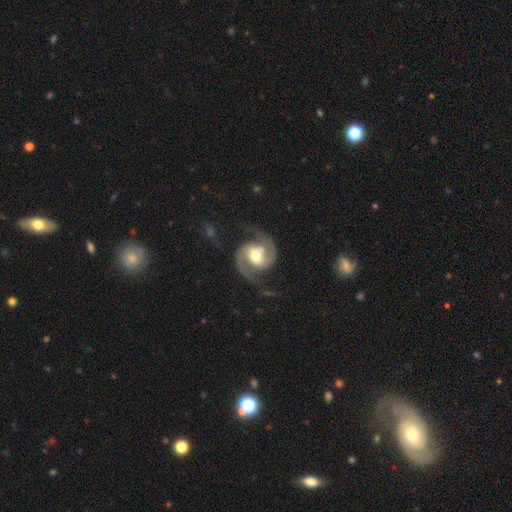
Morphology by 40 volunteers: featured or disk 100%, smooth 0%, star or artifact 0%. Down the decision tree: edge-on disk — no (98%); bar — no (54%); spiral arms — yes (97%); spiral arm count — 2 (100%); spiral winding — medium (50%); bulge size — moderate (79%); merging — none (78%).